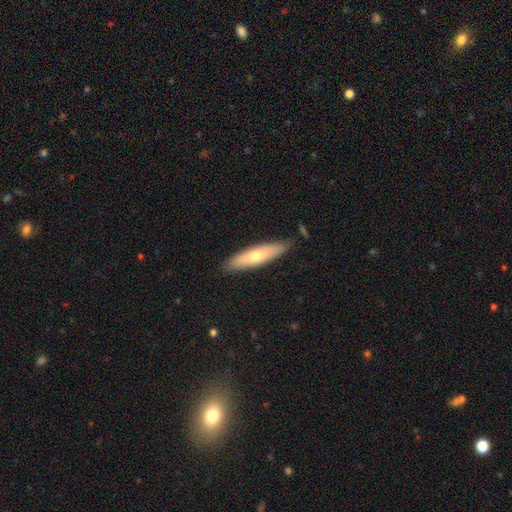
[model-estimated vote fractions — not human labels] smooth 58%, featured or disk 36%, star or artifact 6%. Down the decision tree: how rounded — cigar-shaped (71%); merging — none (84%).